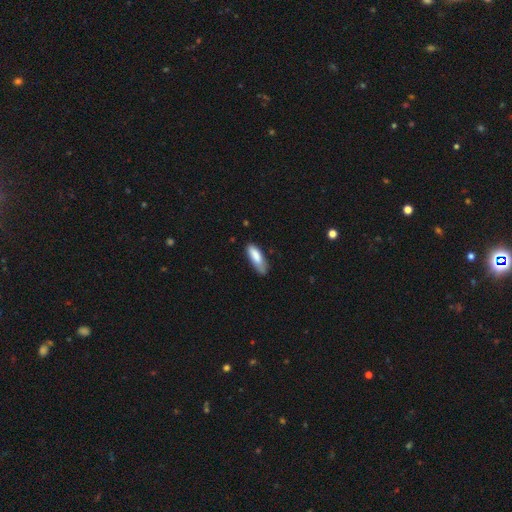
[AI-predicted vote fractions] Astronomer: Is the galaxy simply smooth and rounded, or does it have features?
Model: smooth — 82%.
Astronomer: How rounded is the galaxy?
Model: in between — 60% (runner-up: cigar-shaped, 38%).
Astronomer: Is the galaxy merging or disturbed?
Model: none — 54% (runner-up: minor disturbance, 34%).